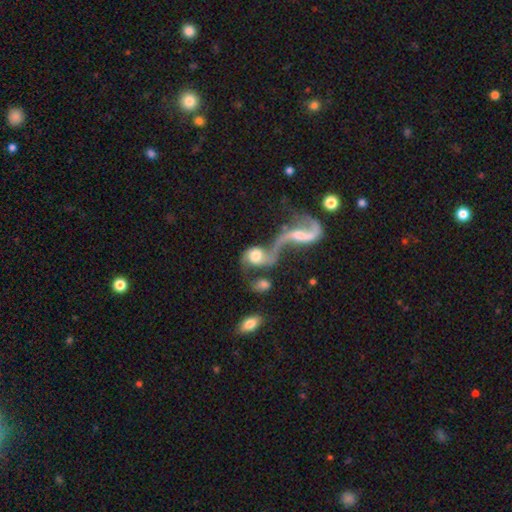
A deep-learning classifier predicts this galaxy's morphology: A featured or disk galaxy (55%) with no bar (62%), spiral arms (73%) and a moderate central bulge (45%). Merging: merger (72%).